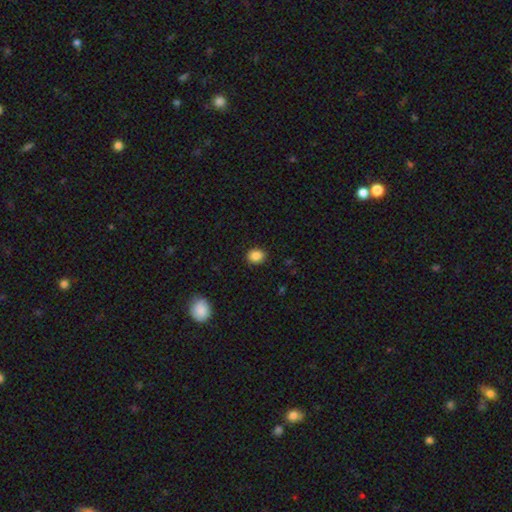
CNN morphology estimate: Smooth or featured? smooth (87%)
How rounded? round (68%)
Merging? none (89%)